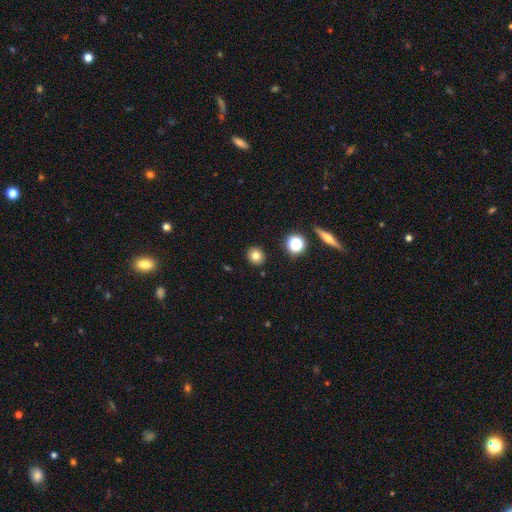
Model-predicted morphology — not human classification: Q: Smooth or featured?
A: smooth (78%); runner-up: star or artifact (14%)
Q: How rounded?
A: round (82%); runner-up: in between (17%)
Q: Merging?
A: none (90%); runner-up: minor disturbance (6%)